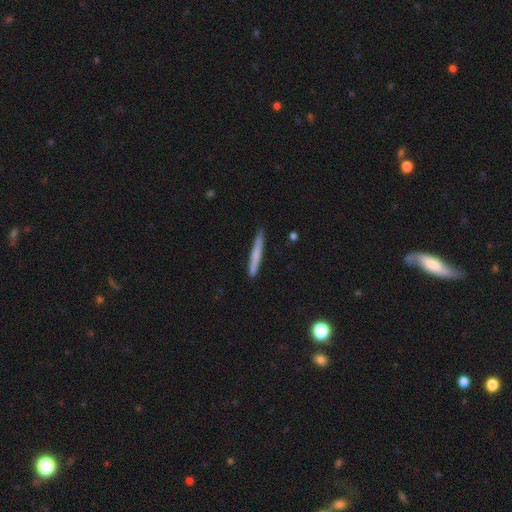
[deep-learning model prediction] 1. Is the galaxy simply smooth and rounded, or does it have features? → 65% smooth, 29% featured or disk, 6% star or artifact.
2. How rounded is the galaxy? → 96% cigar-shaped, 2% in between, 1% round.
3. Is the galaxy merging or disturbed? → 89% none, 8% minor disturbance, 1% major disturbance, 1% merger.